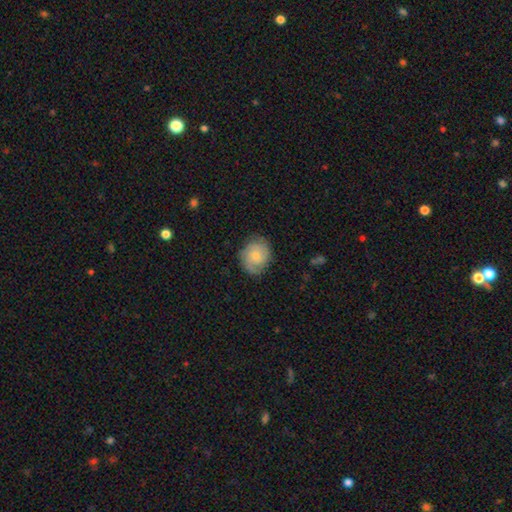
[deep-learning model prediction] Q: Smooth or featured?
A: smooth (51%); runner-up: featured or disk (42%)
Q: How rounded?
A: round (59%); runner-up: in between (40%)
Q: Merging?
A: none (76%); runner-up: minor disturbance (18%)